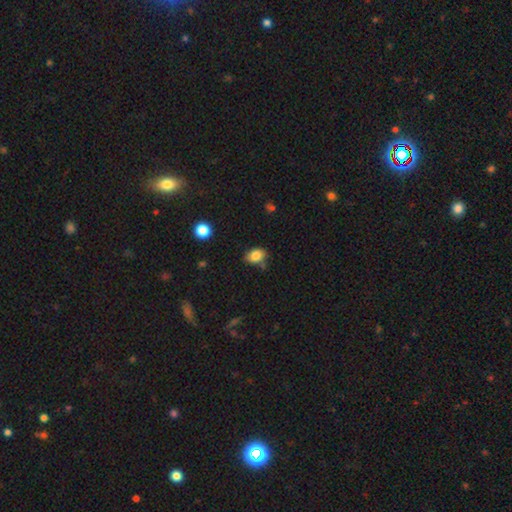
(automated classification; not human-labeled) A smooth galaxy with no disk features (82%) that is in between round and cigar-shaped (75%). Merging: none (69%).